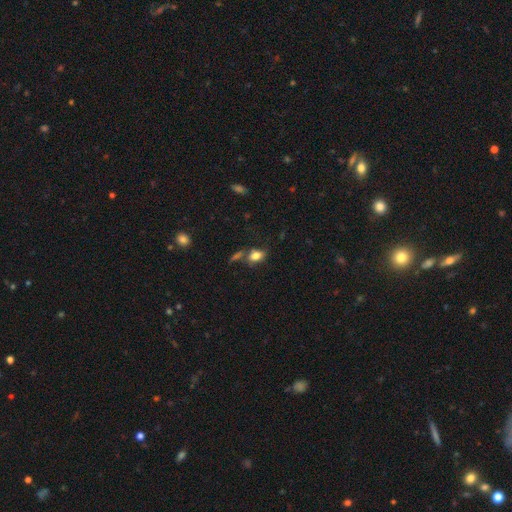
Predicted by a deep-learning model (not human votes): Q: Smooth or featured?
A: smooth (77%); runner-up: featured or disk (12%)
Q: How rounded?
A: in between (80%); runner-up: round (16%)
Q: Merging?
A: none (56%); runner-up: minor disturbance (18%)